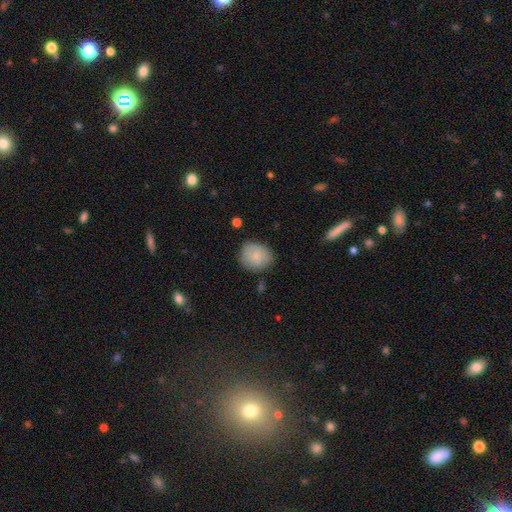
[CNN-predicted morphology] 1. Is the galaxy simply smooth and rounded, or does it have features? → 78% smooth, 15% featured or disk, 7% star or artifact.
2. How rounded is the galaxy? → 71% round, 28% in between, 1% cigar-shaped.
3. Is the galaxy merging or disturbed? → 72% none, 21% minor disturbance, 5% major disturbance, 2% merger.